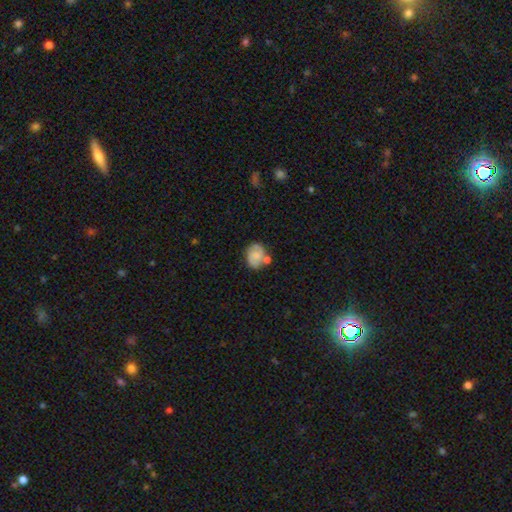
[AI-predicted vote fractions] Smooth or featured?
  - smooth: 57% *
  - featured or disk: 35%
  - star or artifact: 9%
How rounded?
  - in between: 62% *
  - round: 37%
  - cigar-shaped: 1%
Merging?
  - none: 50% *
  - merger: 23%
  - minor disturbance: 20%
  - major disturbance: 7%